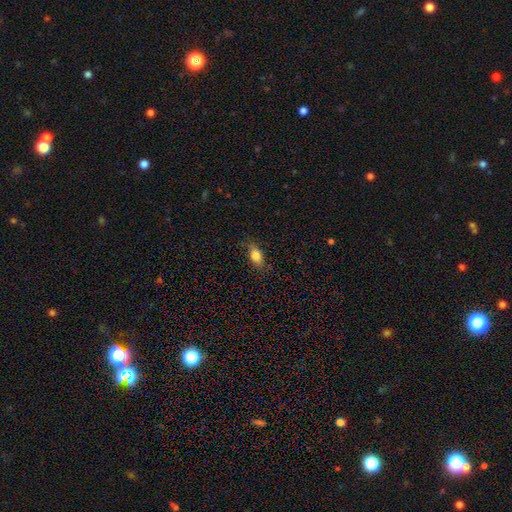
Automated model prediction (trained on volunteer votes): The model was most divided on "merging": none: 75%, minor disturbance: 19%, major disturbance: 4%, merger: 1%. More confident: how rounded — in between (80%); smooth or featured — smooth (77%).